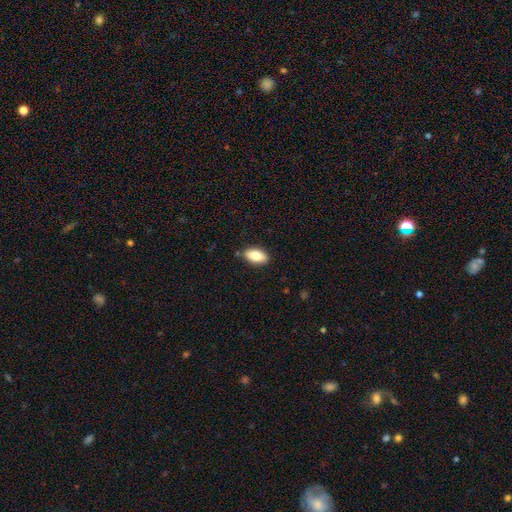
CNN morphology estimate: Q: Smooth or featured?
A: smooth (81%); runner-up: featured or disk (12%)
Q: How rounded?
A: in between (92%); runner-up: cigar-shaped (4%)
Q: Merging?
A: none (85%); runner-up: minor disturbance (11%)